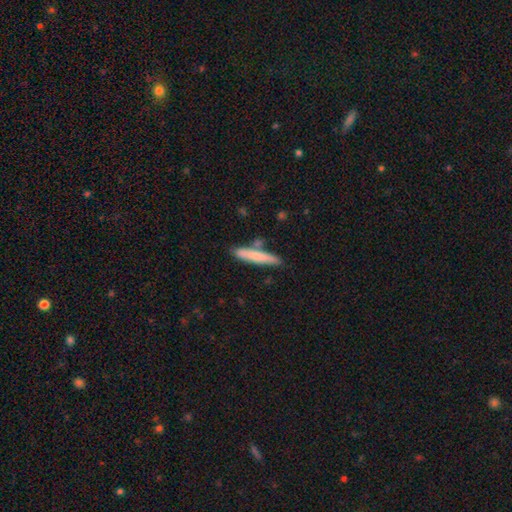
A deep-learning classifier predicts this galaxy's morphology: A smooth galaxy with no disk features (74%) that is cigar-shaped (91%). Merging: none (77%).